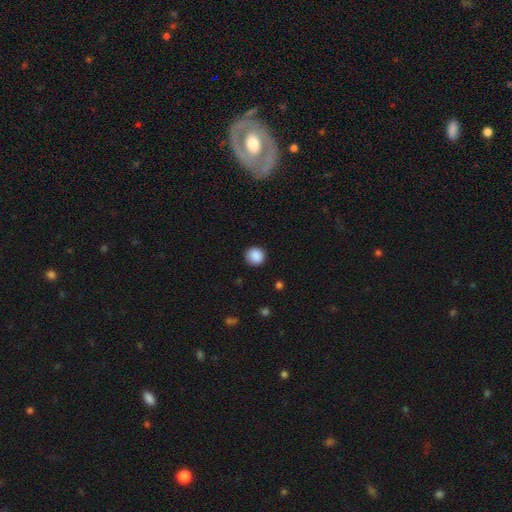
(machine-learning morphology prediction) The model was most divided on "smooth or featured": smooth: 89%, star or artifact: 9%, featured or disk: 3%. More confident: how rounded — round (90%); merging — none (89%).